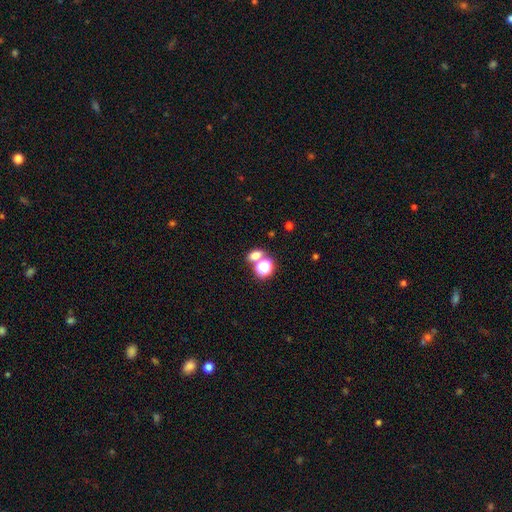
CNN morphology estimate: This is likely a smooth galaxy (66%). How rounded: possibly in between (59%). Merging: possibly none (58%).